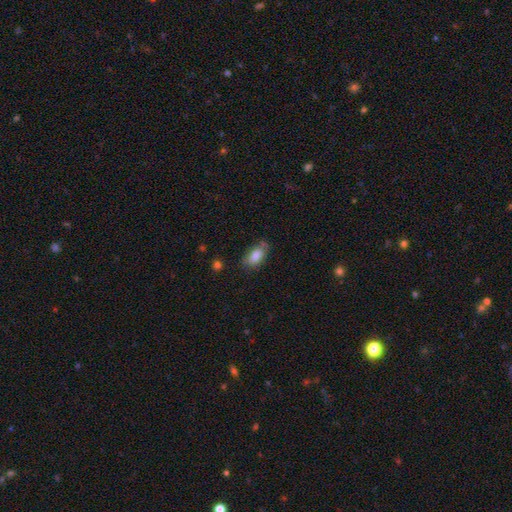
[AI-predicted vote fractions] Overall: smooth (82%). How rounded: in between (90%). Merging: none (66%).